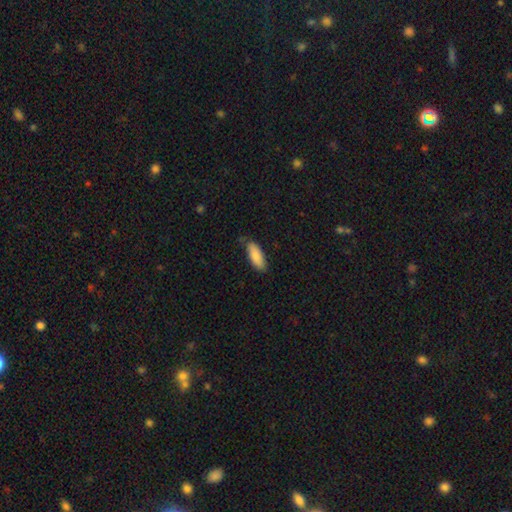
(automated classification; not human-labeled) This appears to be a smooth galaxy with no disk features (87%) that is in between round and cigar-shaped (74%). Merging: none (73%).